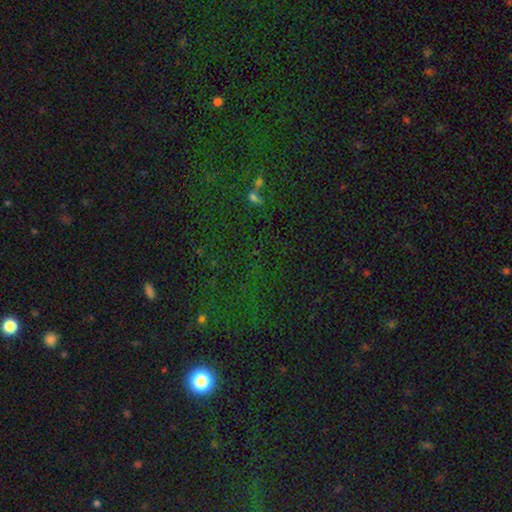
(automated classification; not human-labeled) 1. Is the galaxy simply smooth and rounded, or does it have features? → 74% star or artifact, 17% smooth, 9% featured or disk.